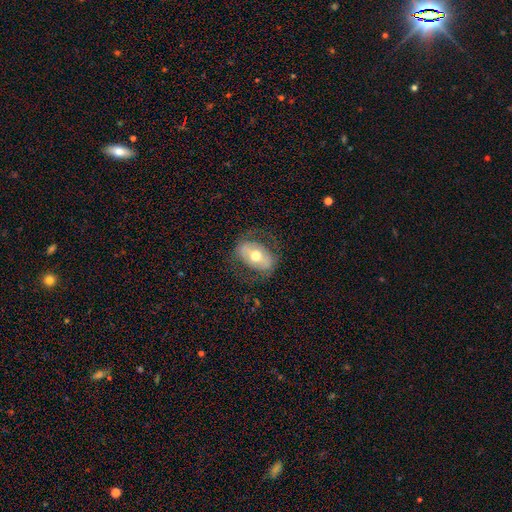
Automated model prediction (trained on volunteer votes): smooth_or_featured: featured or disk (p=0.52) [alt: smooth p=0.41]
disk_edge_on: no (p=0.91) [alt: yes p=0.09]
merging: none (p=0.70) [alt: minor disturbance p=0.17]